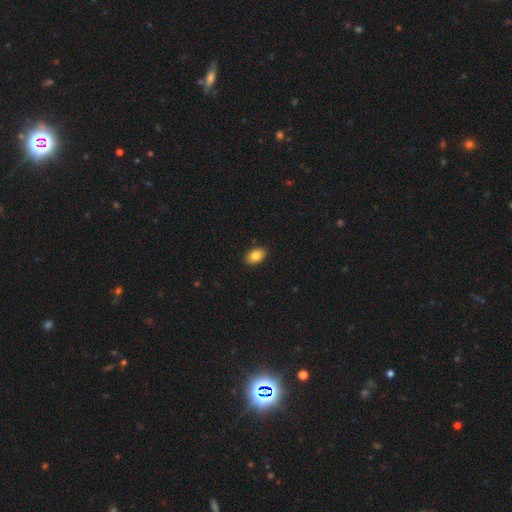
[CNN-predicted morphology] Smooth or featured?
  - smooth: 85% *
  - star or artifact: 8%
  - featured or disk: 7%
How rounded?
  - in between: 89% *
  - round: 10%
  - cigar-shaped: 1%
Merging?
  - none: 90% *
  - minor disturbance: 8%
  - major disturbance: 2%
  - merger: 1%